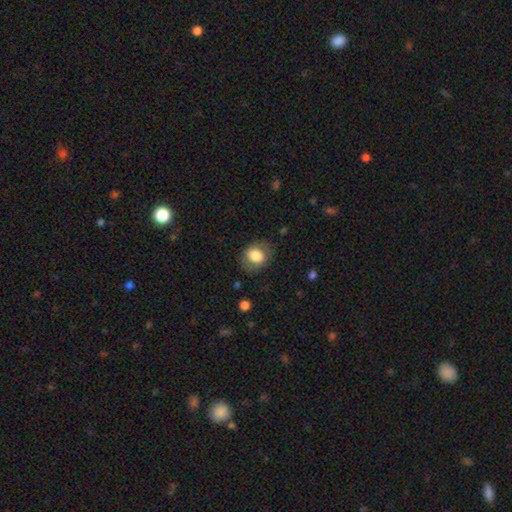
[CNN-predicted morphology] smooth-or-featured: smooth: 80% | featured or disk: 13% | star or artifact: 8%
  how-rounded: in between: 51% | round: 48% | cigar-shaped: 1%
  merging: none: 76% | minor disturbance: 16% | major disturbance: 7% | merger: 1%